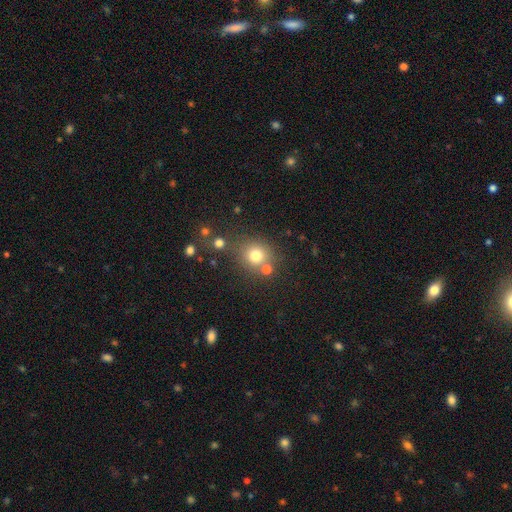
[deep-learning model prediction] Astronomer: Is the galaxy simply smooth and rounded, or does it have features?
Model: smooth — 76%.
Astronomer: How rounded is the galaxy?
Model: round — 85%.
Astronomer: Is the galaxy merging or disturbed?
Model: none — 69%.